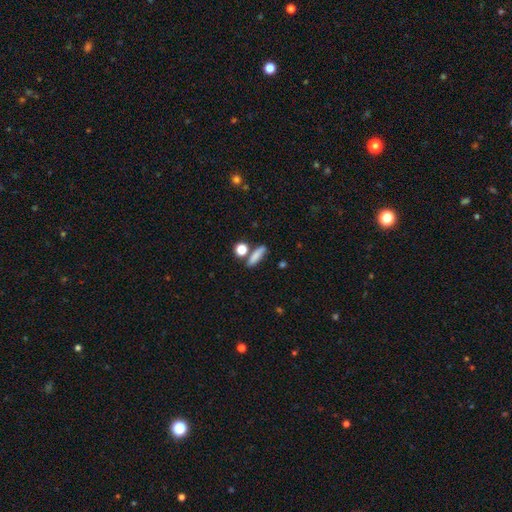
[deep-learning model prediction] A smooth galaxy with no disk features (80%) that is cigar-shaped (53%). Merging: none (70%).